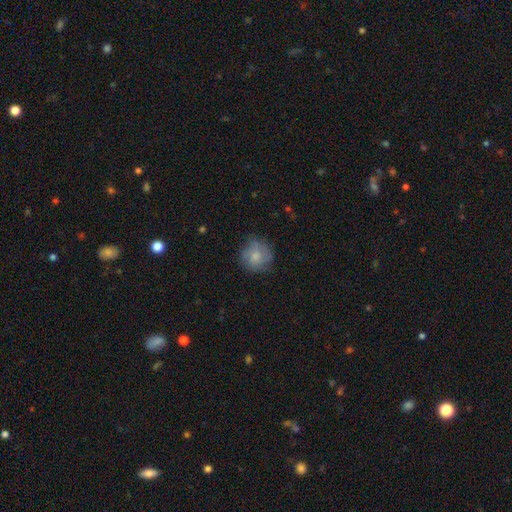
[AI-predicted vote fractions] Smooth or featured? Predicted: smooth (p=0.72). How rounded? Predicted: round (p=0.90). Merging? Predicted: none (p=0.72).